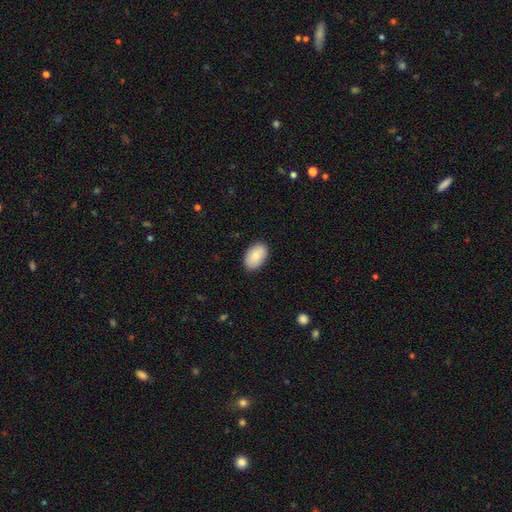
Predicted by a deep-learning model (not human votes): smooth 84%, featured or disk 10%, star or artifact 6%. Down the decision tree: how rounded — in between (91%); merging — none (88%).